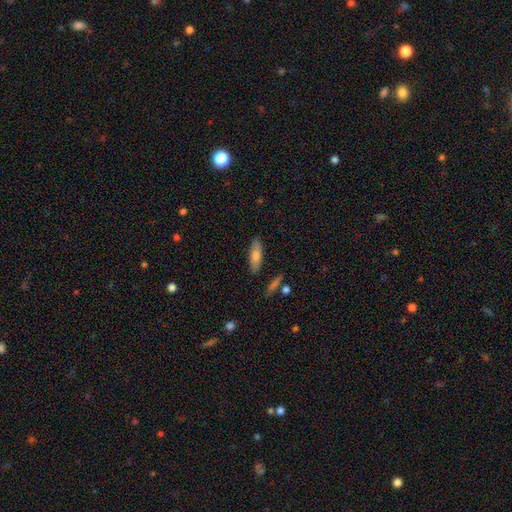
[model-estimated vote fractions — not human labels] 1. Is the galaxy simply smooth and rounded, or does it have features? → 73% smooth, 20% featured or disk, 7% star or artifact.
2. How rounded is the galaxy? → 52% in between, 46% cigar-shaped, 2% round.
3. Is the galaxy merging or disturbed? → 86% none, 10% minor disturbance, 2% merger, 2% major disturbance.